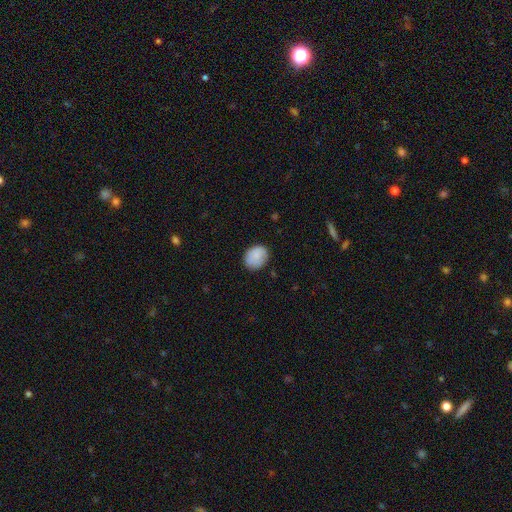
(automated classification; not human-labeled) Smooth or featured? smooth (86%)
How rounded? round (52%)
Merging? none (80%)